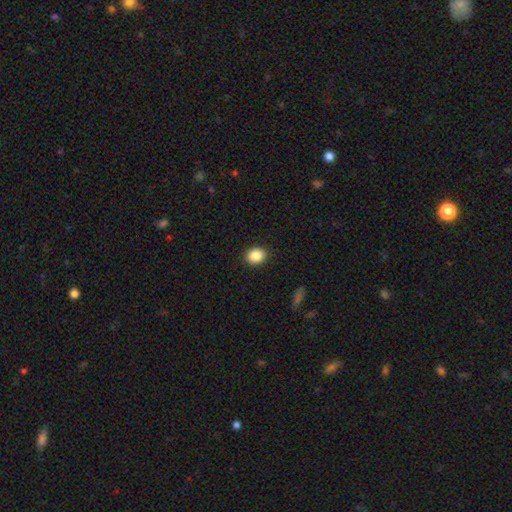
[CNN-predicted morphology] type=smooth (87%); roundness=in between (51%); merging=none (90%).